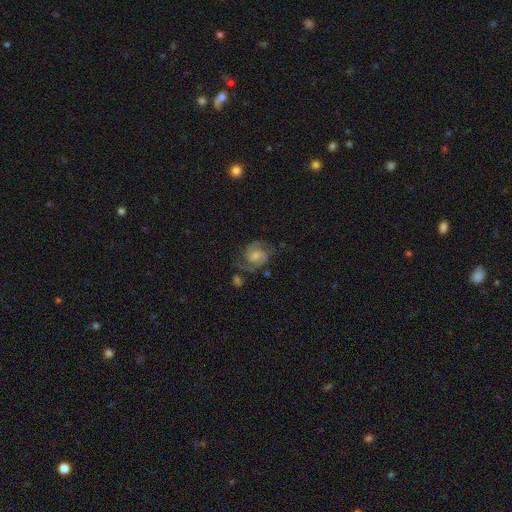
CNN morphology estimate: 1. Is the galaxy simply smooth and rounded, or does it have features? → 85% featured or disk, 9% smooth, 6% star or artifact.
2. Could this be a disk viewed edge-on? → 98% no, 2% yes.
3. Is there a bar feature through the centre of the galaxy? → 55% no, 38% weak, 7% strong.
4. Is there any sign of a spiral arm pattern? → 97% yes, 3% no.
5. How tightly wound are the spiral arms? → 55% medium, 29% tight, 16% loose.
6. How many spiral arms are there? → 91% 2, 3% can't tell, 2% 1, 2% 3, 1% 4, 1% more than 4.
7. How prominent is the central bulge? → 41% small, 38% moderate, 13% none, 6% large, 2% dominant.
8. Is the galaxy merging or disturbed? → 68% none, 17% minor disturbance, 10% major disturbance, 5% merger.